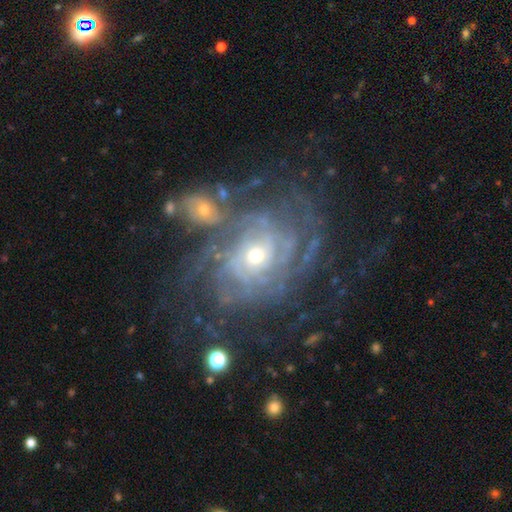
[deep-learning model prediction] featured or disk 88%, star or artifact 6%, smooth 5%. Down the decision tree: edge-on disk — no (97%); bar — no (70%); spiral arms — yes (95%); spiral arm count — can't tell (39%); spiral winding — tight (71%); bulge size — small (54%); merging — none (52%).